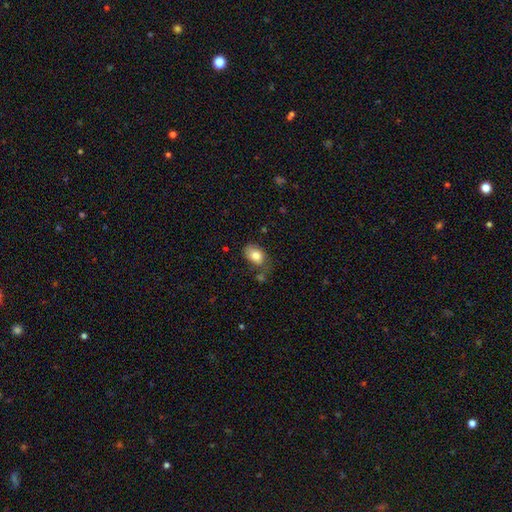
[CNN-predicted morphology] smooth_or_featured: smooth (p=0.80) [alt: featured or disk p=0.12]
how_rounded: in between (p=0.79) [alt: round p=0.20]
merging: none (p=0.55) [alt: minor disturbance p=0.26]